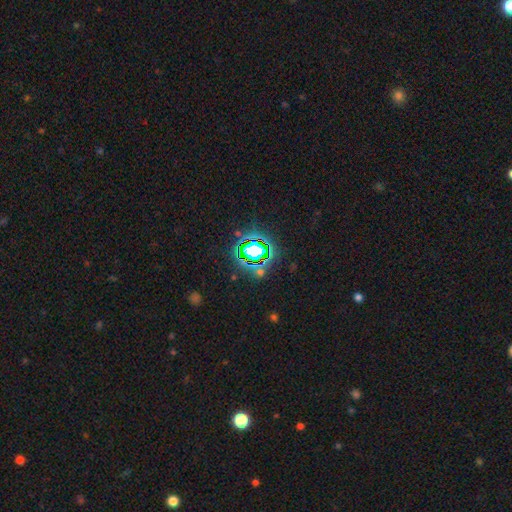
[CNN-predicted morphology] star or artifact 70%, smooth 19%, featured or disk 11%.